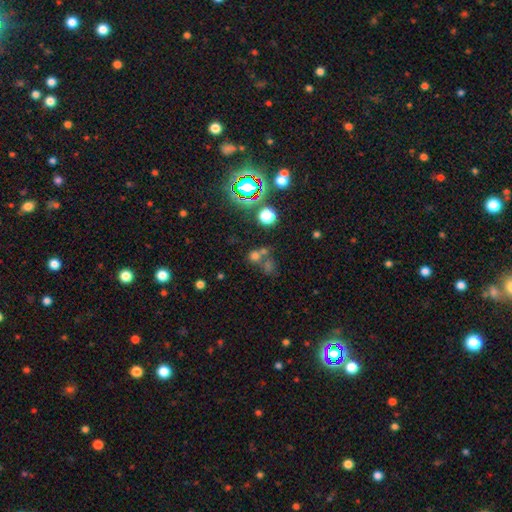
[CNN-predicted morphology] type=smooth (55%); roundness=round (79%); merging=none (47%).